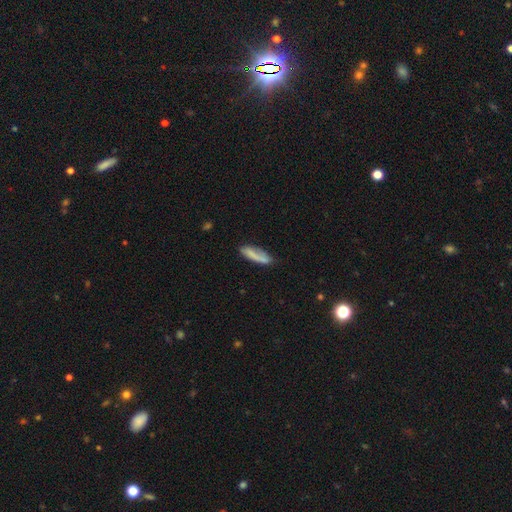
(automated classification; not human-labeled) Smooth or featured: smooth — 71% (featured or disk — 22%)
How rounded: cigar-shaped — 63% (in between — 35%)
Merging: none — 64% (minor disturbance — 23%)